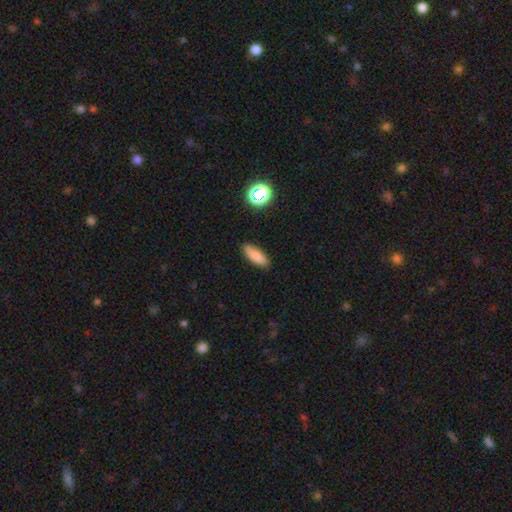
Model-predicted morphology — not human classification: This is clearly a smooth galaxy (83%). How rounded: likely in between (63%). Merging: clearly none (85%).